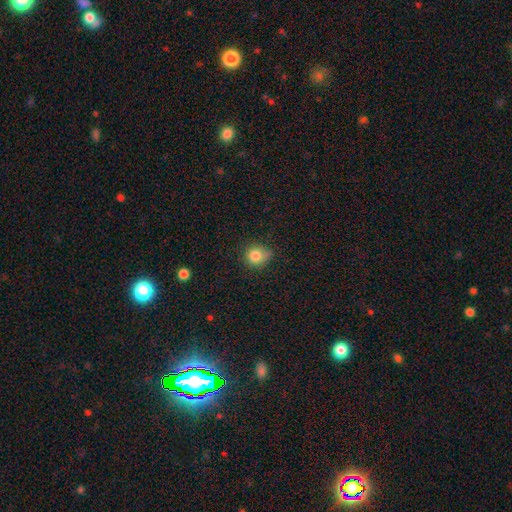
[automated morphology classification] The model was most divided on "merging": none: 65%, minor disturbance: 27%, major disturbance: 5%, merger: 2%. More confident: how rounded — round (83%); smooth or featured — smooth (83%).